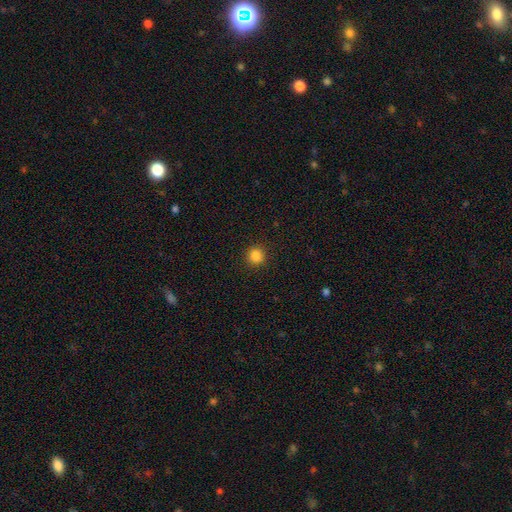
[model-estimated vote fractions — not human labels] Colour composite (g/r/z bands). It shows a smooth galaxy with no disk features (84%) that is round (92%). Merging: none (92%).